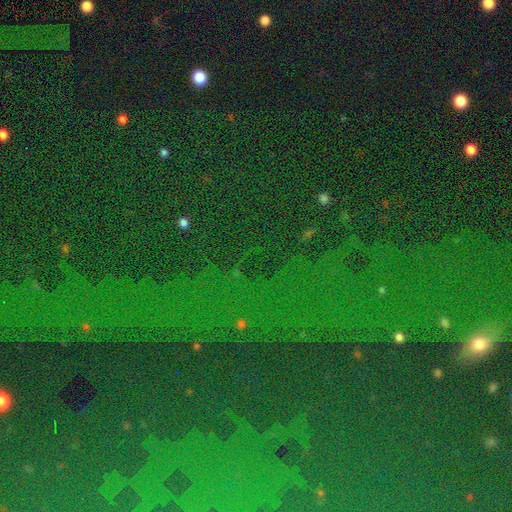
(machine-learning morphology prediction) smooth_or_featured: star or artifact (p=0.83) [alt: smooth p=0.09]